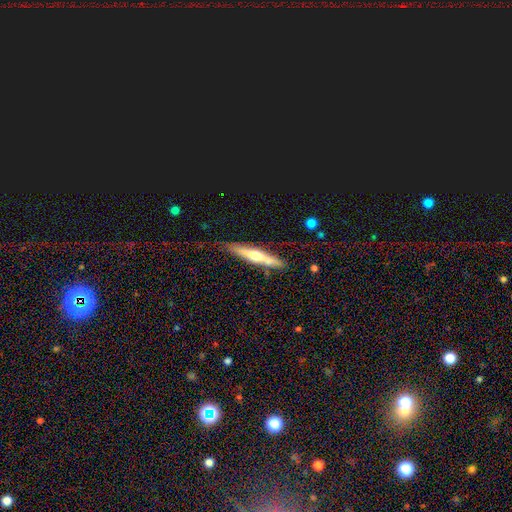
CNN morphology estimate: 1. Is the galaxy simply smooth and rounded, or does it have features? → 51% featured or disk, 43% smooth, 6% star or artifact.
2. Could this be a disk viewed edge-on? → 89% yes, 11% no.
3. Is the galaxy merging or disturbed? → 75% none, 17% minor disturbance, 4% merger, 4% major disturbance.